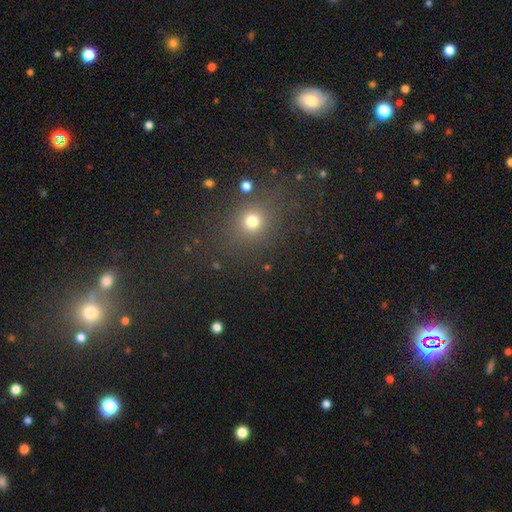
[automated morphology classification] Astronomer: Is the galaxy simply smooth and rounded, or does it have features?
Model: smooth — 48% (runner-up: star or artifact, 44%).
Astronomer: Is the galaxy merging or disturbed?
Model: none — 80%.